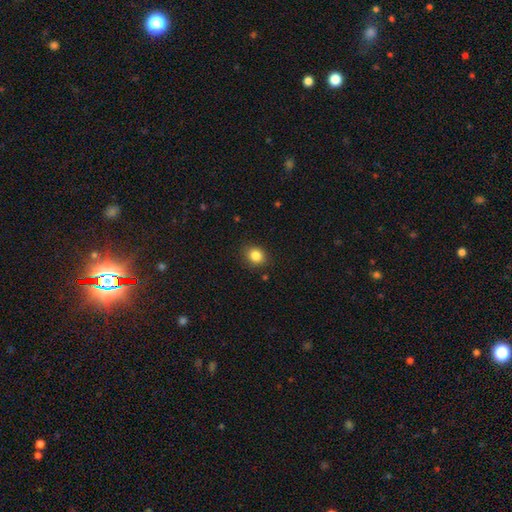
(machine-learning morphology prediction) A smooth galaxy with no disk features (84%) that is round (64%).

Vote fractions:
- Smooth or featured? smooth: 84% / star or artifact: 11% / featured or disk: 5%
- How rounded? round: 64% / in between: 35% / cigar-shaped: 1%
- Merging? none: 87% / minor disturbance: 9% / major disturbance: 2% / merger: 1%